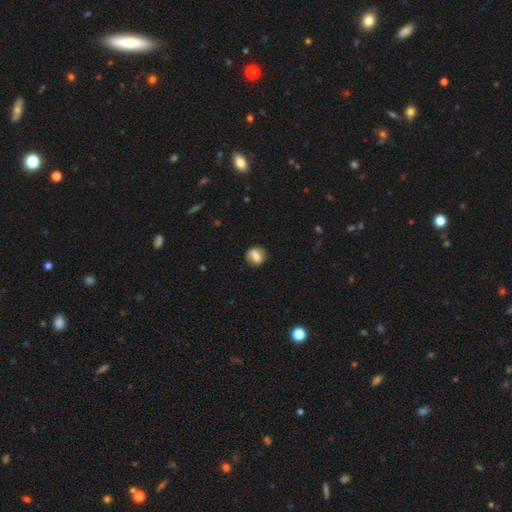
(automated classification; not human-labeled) A smooth galaxy with no disk features (62%) that is round (59%).

Vote fractions:
- Smooth or featured? smooth: 62% / featured or disk: 29% / star or artifact: 8%
- How rounded? round: 59% / in between: 39% / cigar-shaped: 3%
- Merging? none: 81% / minor disturbance: 13% / major disturbance: 4% / merger: 1%